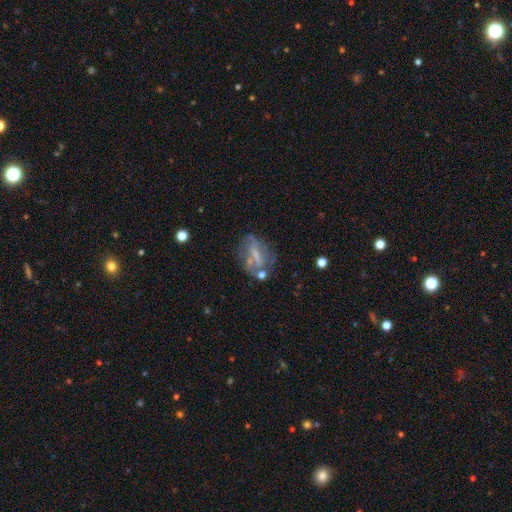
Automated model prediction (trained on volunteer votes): The model was most divided on "bar": weak: 36%, no: 34%, strong: 30%. Remaining: edge-on disk — no (91%); spiral arms — no (59%); smooth or featured — featured or disk (58%); merging — none (47%); bulge size — none (41%).